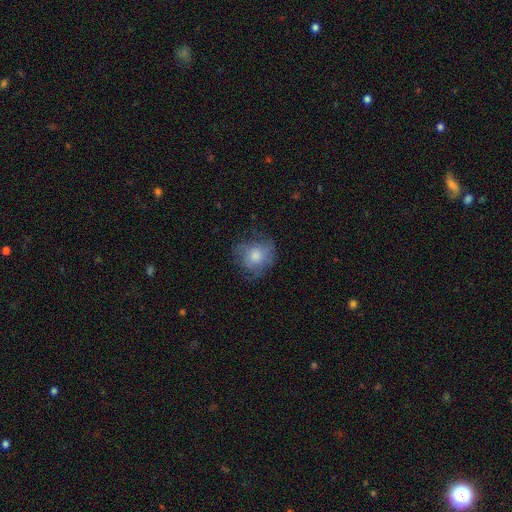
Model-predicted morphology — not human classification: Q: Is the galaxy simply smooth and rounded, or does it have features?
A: smooth — 60%.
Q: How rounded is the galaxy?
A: round — 72%.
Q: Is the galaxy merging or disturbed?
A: none — 54%.